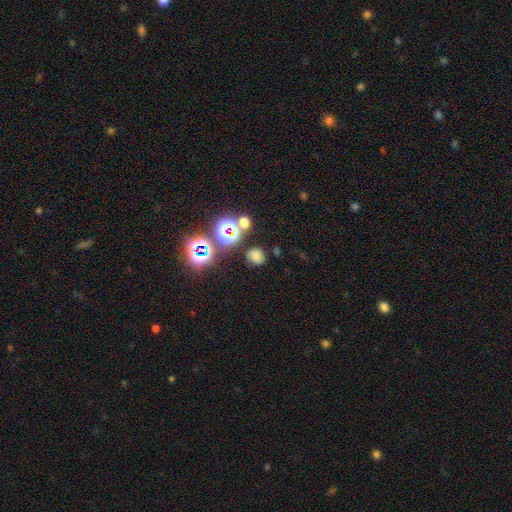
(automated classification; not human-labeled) smooth-or-featured: smooth: 66% | star or artifact: 26% | featured or disk: 8%
  how-rounded: round: 83% | in between: 16% | cigar-shaped: 1%
  merging: none: 78% | minor disturbance: 12% | merger: 5% | major disturbance: 5%